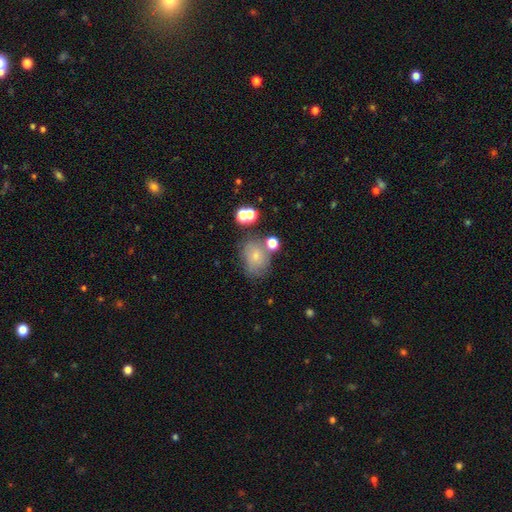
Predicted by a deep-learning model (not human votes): The model was most divided on "how rounded": round: 54%, in between: 45%, cigar-shaped: 1%. More confident: smooth or featured — smooth (64%); merging — none (52%).